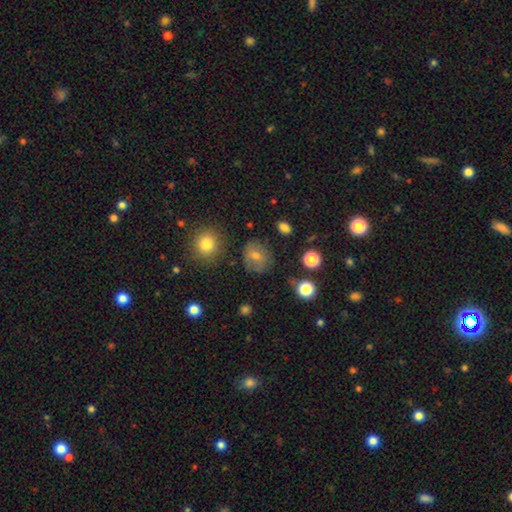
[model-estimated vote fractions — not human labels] Smooth or featured: smooth — 64% (featured or disk — 20%)
How rounded: round — 72% (in between — 27%)
Merging: none — 76% (minor disturbance — 16%)